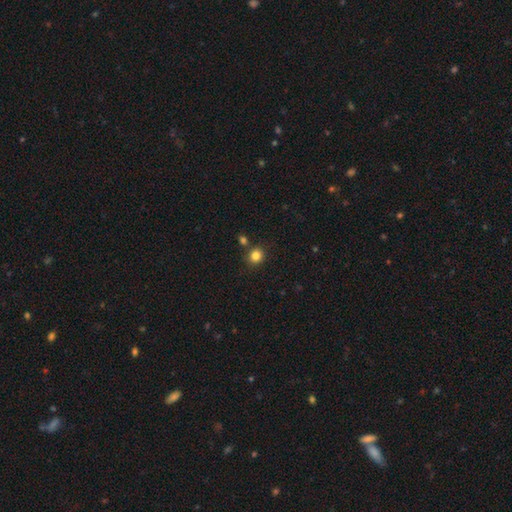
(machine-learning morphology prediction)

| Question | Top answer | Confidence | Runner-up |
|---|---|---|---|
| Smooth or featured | smooth | 83% | star or artifact (12%) |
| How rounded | round | 81% | in between (18%) |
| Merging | none | 81% | minor disturbance (9%) |